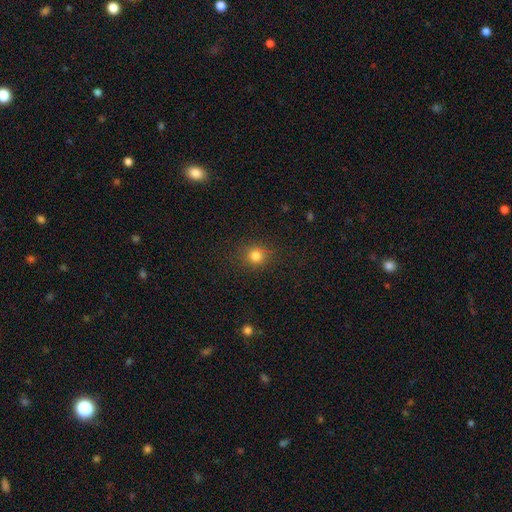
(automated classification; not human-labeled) This appears to be a smooth galaxy with no disk features (80%) that is round (86%). Merging: none (87%).